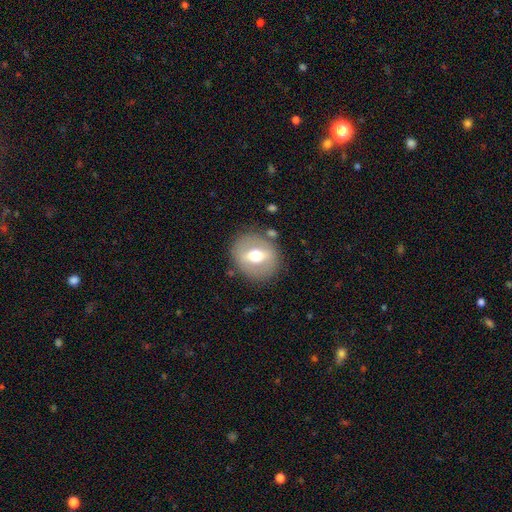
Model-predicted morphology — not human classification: The model was most divided on "smooth or featured": featured or disk: 50%, smooth: 43%, star or artifact: 7%. More confident: merging — none (82%).